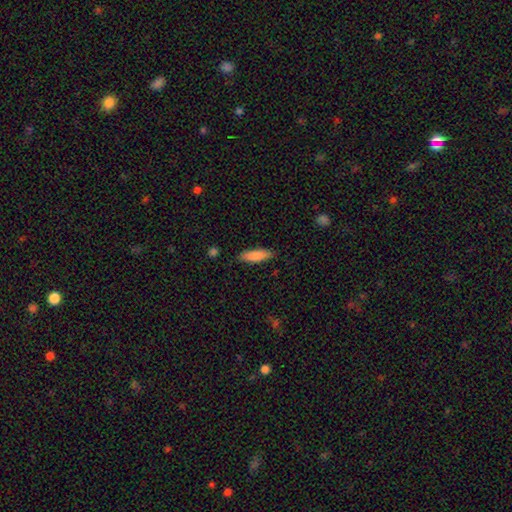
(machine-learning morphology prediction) smooth 83%, featured or disk 11%, star or artifact 6%. Down the decision tree: how rounded — cigar-shaped (54%); merging — none (85%).